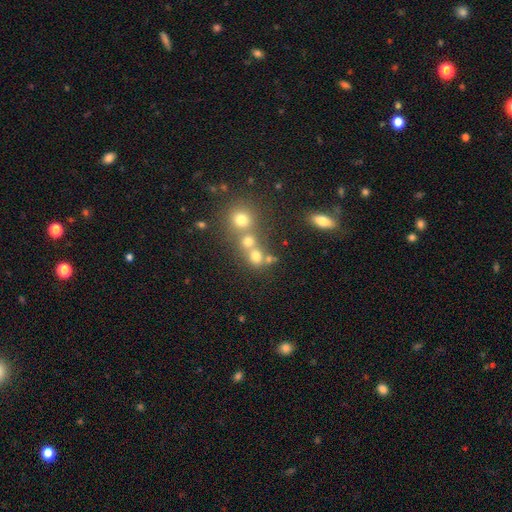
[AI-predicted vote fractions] Smooth or featured?
  - smooth: 69% *
  - star or artifact: 18%
  - featured or disk: 12%
How rounded?
  - round: 78% *
  - in between: 21%
  - cigar-shaped: 1%
Merging?
  - none: 46% *
  - merger: 42%
  - minor disturbance: 8%
  - major disturbance: 4%